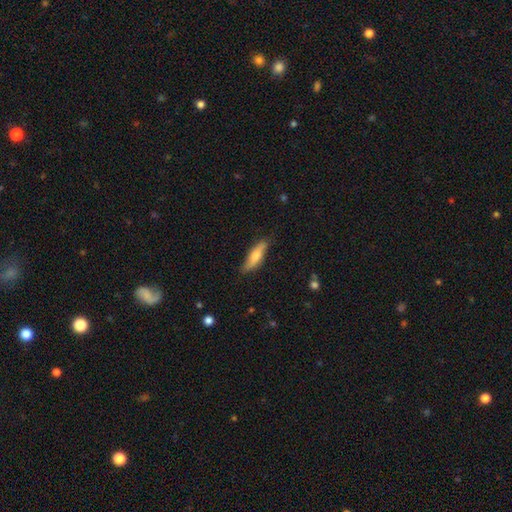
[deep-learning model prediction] Q: Smooth or featured?
A: smooth (67%); runner-up: featured or disk (27%)
Q: How rounded?
A: cigar-shaped (61%); runner-up: in between (37%)
Q: Merging?
A: none (80%); runner-up: minor disturbance (16%)